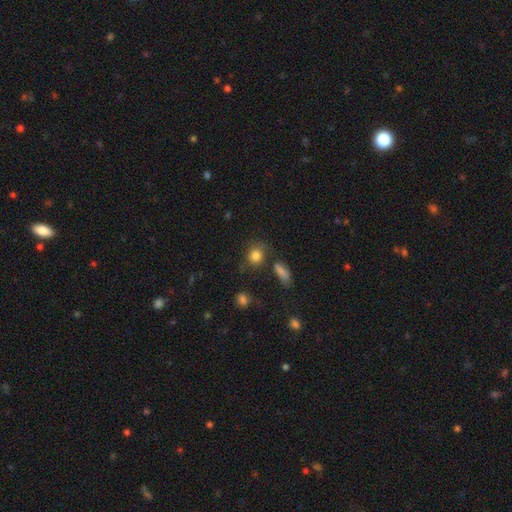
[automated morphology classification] The model was most divided on "merging": none: 64%, minor disturbance: 18%, merger: 10%, major disturbance: 8%. More confident: smooth or featured — smooth (81%); how rounded — round (78%).